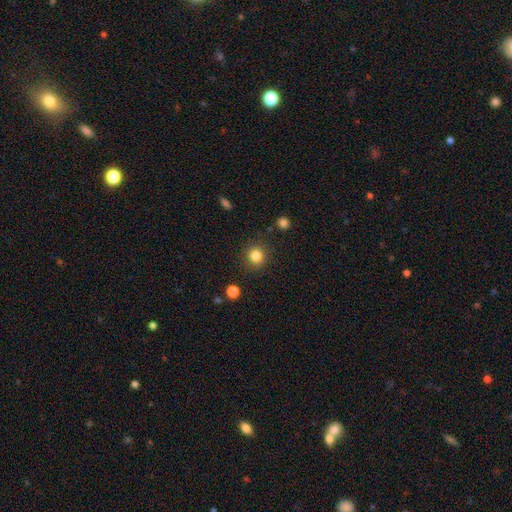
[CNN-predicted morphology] A smooth galaxy with no disk features (84%) that is round (90%). Merging: none (87%).